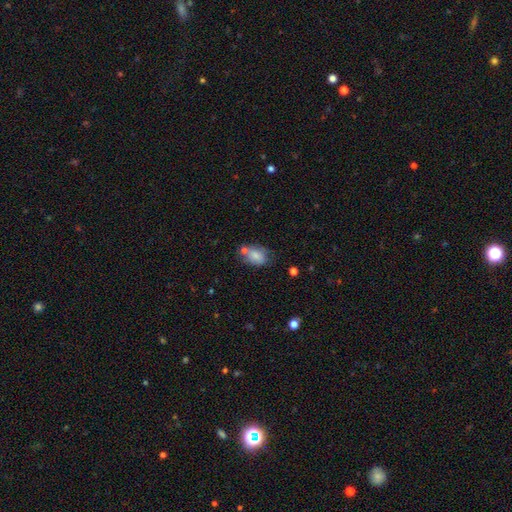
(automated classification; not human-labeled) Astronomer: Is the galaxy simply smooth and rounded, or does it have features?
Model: smooth — 78%.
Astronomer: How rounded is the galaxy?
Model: in between — 80%.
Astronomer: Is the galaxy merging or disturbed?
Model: none — 50%.